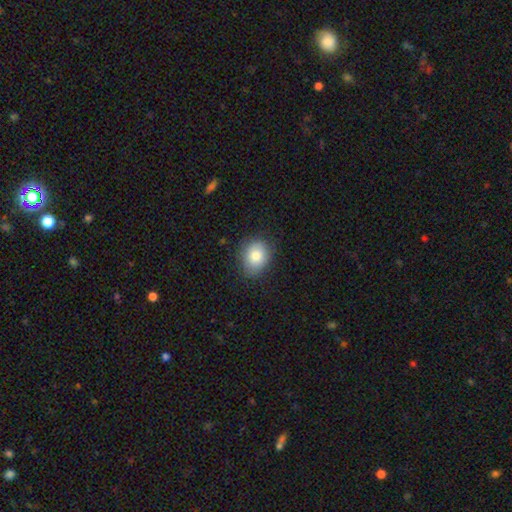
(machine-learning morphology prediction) Smooth or featured: smooth — 82% (featured or disk — 10%)
How rounded: round — 54% (in between — 46%)
Merging: none — 80% (minor disturbance — 15%)